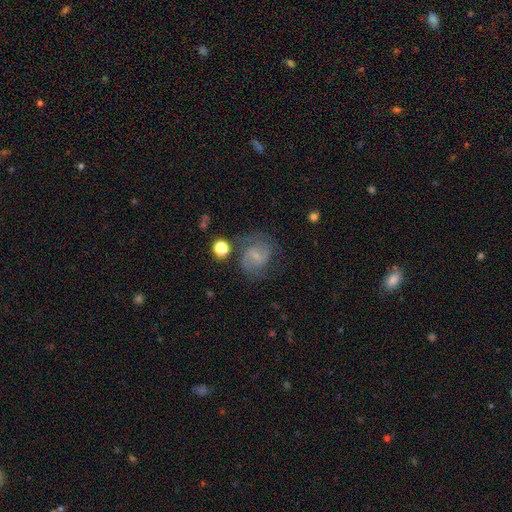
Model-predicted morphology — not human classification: Smooth or featured? featured or disk (68%)
Edge-on disk? no (98%)
Bar? weak (54%)
Spiral arms? yes (91%)
Spiral winding? medium (51%)
Spiral arm count? 2 (76%)
Bulge size? small (60%)
Merging? none (63%)